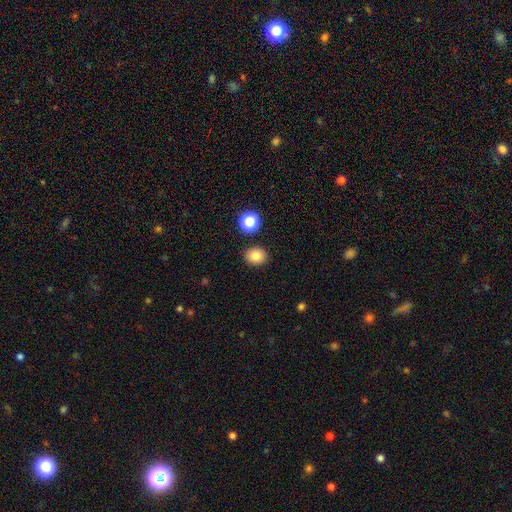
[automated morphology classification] The model was most divided on "how rounded": round: 68%, in between: 32%, cigar-shaped: 1%. More confident: merging — none (89%); smooth or featured — smooth (82%).